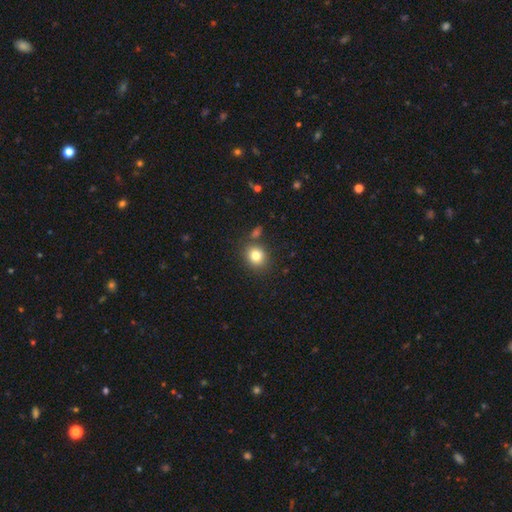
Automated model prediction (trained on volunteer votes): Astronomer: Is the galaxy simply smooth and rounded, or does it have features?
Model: smooth — 81%.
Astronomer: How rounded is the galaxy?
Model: round — 72%.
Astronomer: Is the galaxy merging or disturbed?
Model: none — 78%.